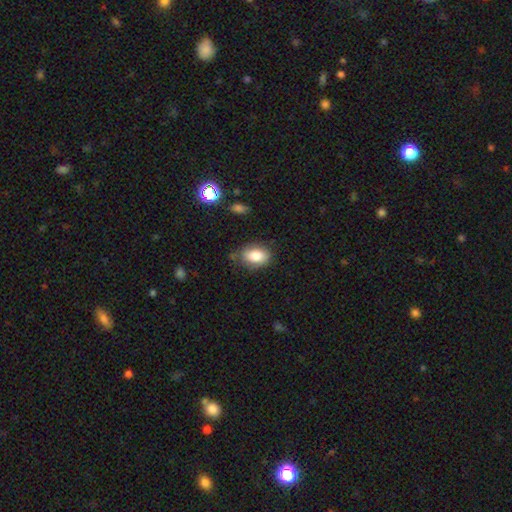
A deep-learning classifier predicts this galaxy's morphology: Smooth or featured?
  - smooth: 82% *
  - featured or disk: 10%
  - star or artifact: 8%
How rounded?
  - in between: 84% *
  - round: 14%
  - cigar-shaped: 2%
Merging?
  - none: 73% *
  - minor disturbance: 20%
  - major disturbance: 4%
  - merger: 3%